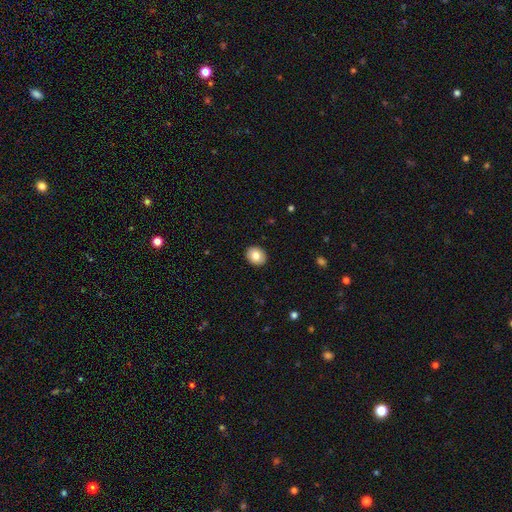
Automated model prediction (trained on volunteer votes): Morphology: type=smooth (81%); roundness=round (59%); merging=none (91%).